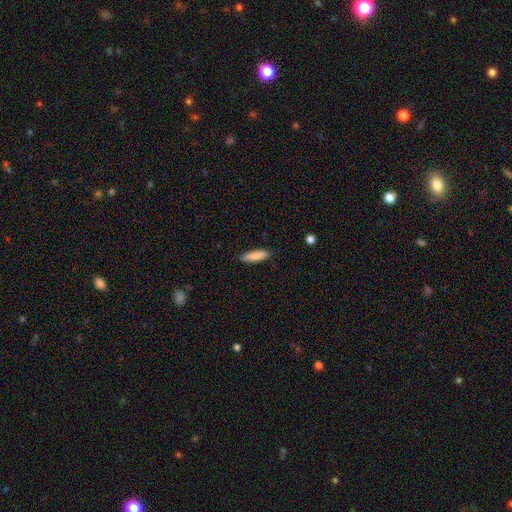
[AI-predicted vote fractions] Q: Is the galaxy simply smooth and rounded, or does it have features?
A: smooth — 85%.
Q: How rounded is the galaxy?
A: cigar-shaped — 66%.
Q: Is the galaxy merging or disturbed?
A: none — 85%.